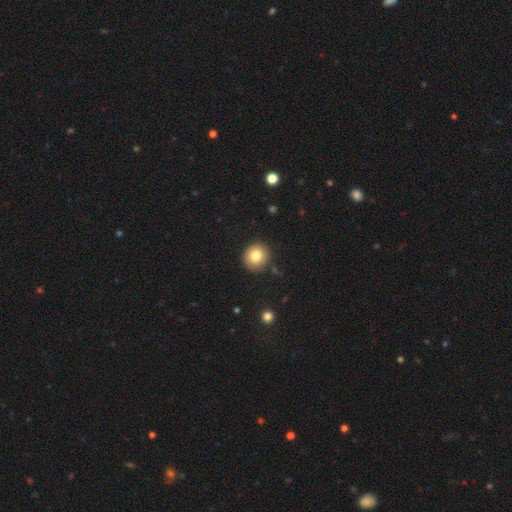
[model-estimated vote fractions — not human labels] smooth 79%, featured or disk 11%, star or artifact 10%. Down the decision tree: how rounded — round (90%); merging — none (89%).